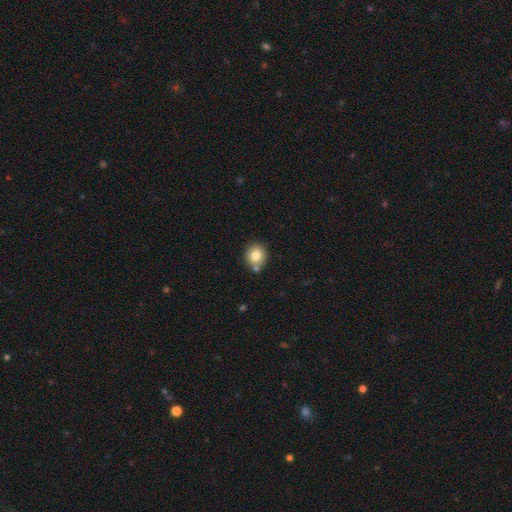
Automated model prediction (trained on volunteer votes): Morphology: type=smooth (80%); roundness=round (75%); merging=none (71%).